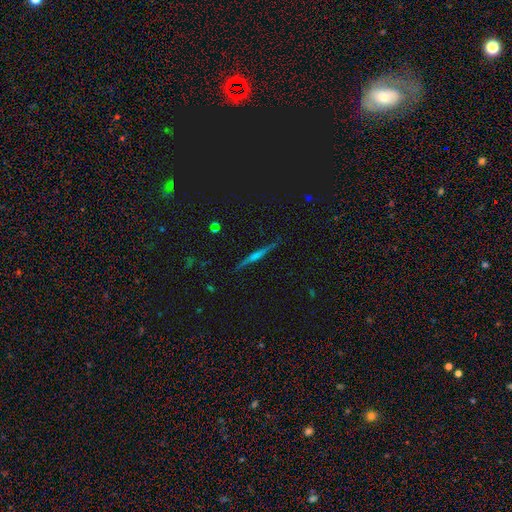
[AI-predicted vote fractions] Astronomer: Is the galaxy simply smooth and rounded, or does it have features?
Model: featured or disk — 68%.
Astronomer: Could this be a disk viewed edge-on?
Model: yes — 97%.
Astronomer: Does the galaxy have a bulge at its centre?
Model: rounded — 64%.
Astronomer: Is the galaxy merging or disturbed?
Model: none — 90%.